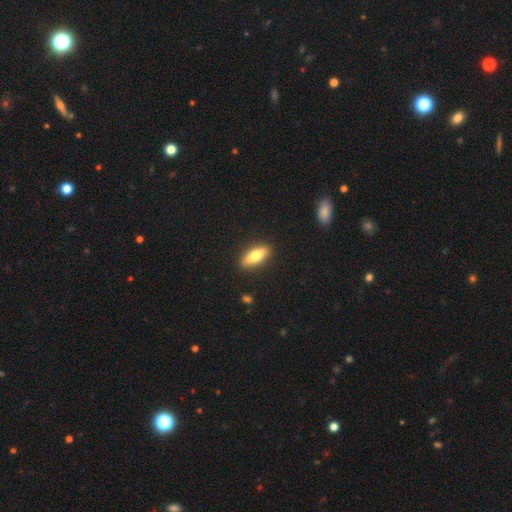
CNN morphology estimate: Overall: smooth (71%). How rounded: in between (68%; cigar-shaped 29%). Merging: none (88%).